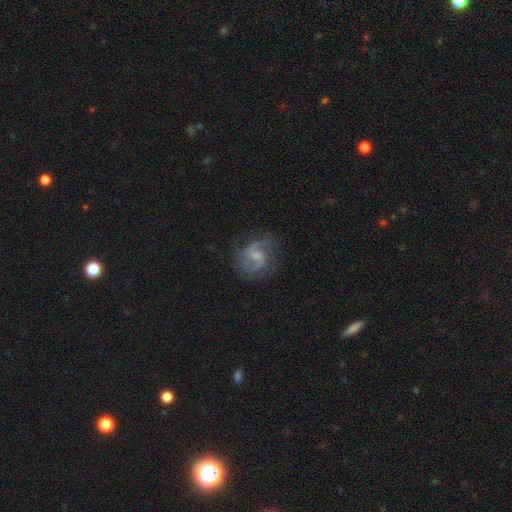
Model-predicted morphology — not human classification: This is clearly a featured or disk galaxy (86%). It is clearly not viewed edge-on (98%). Bar: possibly weak (55%). Spiral arm pattern: clearly yes (96%). Spiral arm count: clearly 2 (83%). Spiral winding: possibly medium (56%). Central bulge: possibly small (57%). Merging: likely none (70%).